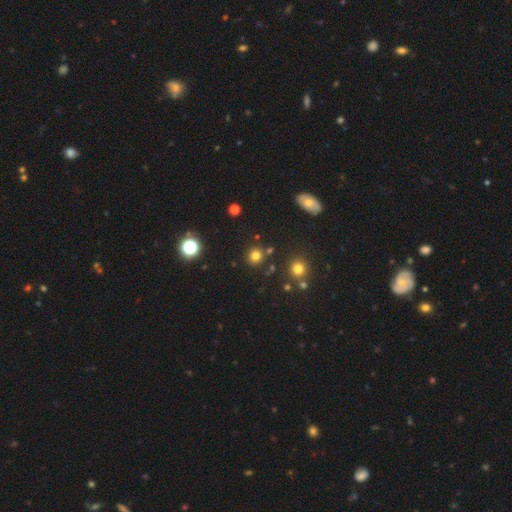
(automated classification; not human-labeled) This is likely a smooth galaxy (76%). How rounded: clearly round (91%). Merging: clearly none (85%).